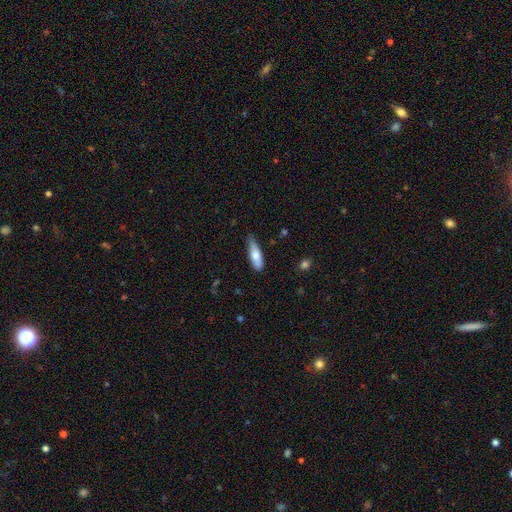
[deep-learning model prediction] smooth 71%, featured or disk 23%, star or artifact 6%. Down the decision tree: how rounded — cigar-shaped (52%); merging — none (71%).